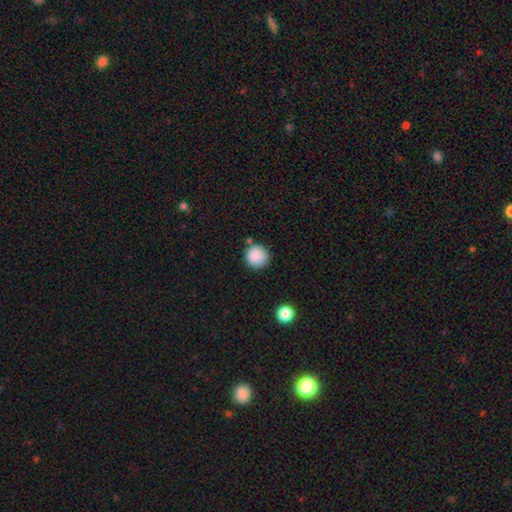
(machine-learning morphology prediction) Smooth or featured: smooth — 87% (star or artifact — 9%)
How rounded: round — 94% (in between — 5%)
Merging: none — 80% (minor disturbance — 12%)